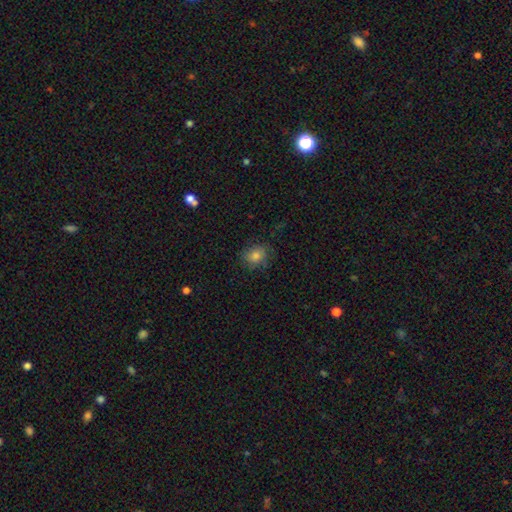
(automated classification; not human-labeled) smooth-or-featured: smooth: 76% | star or artifact: 13% | featured or disk: 11%
  how-rounded: round: 63% | in between: 36% | cigar-shaped: 1%
  merging: none: 78% | minor disturbance: 16% | major disturbance: 5% | merger: 1%